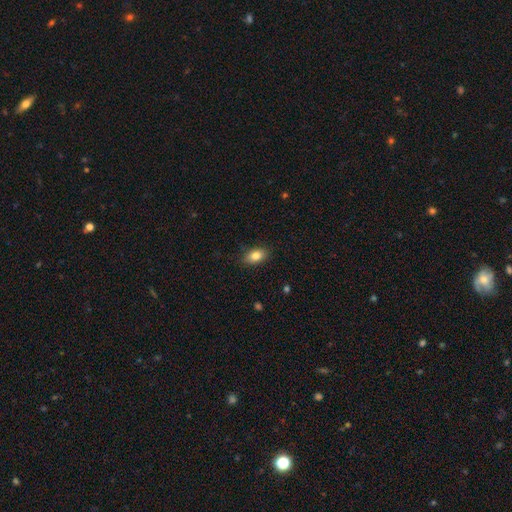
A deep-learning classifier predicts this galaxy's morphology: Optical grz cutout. It shows a smooth galaxy with no disk features (83%) that is in between round and cigar-shaped (87%). Merging: none (86%).